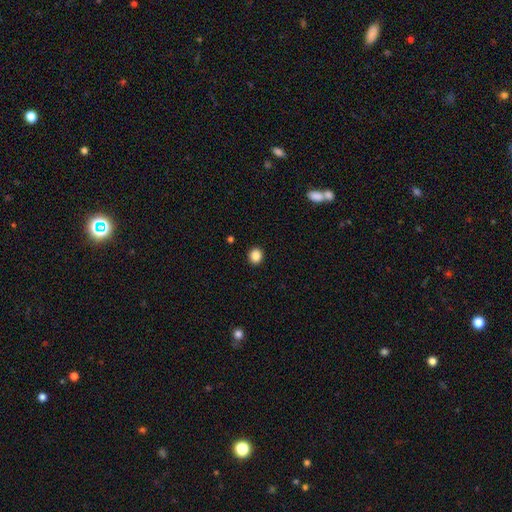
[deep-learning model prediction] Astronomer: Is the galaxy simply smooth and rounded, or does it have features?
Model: smooth — 87%.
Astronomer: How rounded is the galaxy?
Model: round — 80%.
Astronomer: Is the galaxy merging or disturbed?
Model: none — 92%.